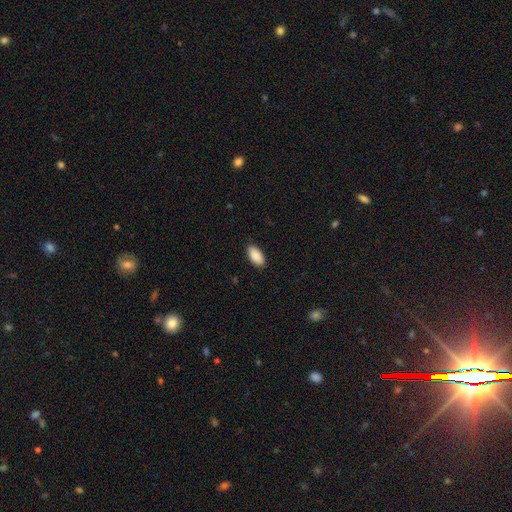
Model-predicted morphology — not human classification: smooth 90%, star or artifact 6%, featured or disk 4%. Down the decision tree: how rounded — in between (93%); merging — none (87%).